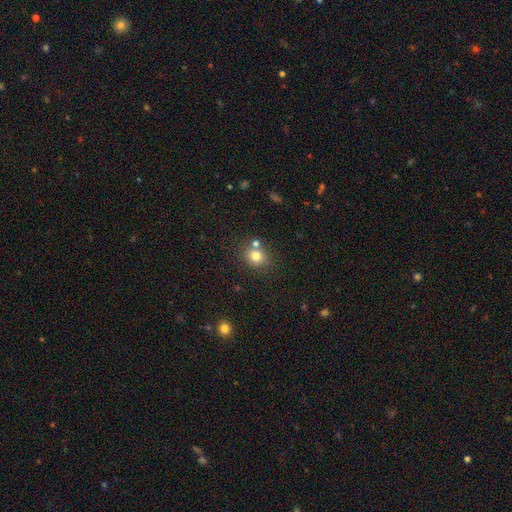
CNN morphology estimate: type=smooth (78%); roundness=round (76%); merging=none (68%).